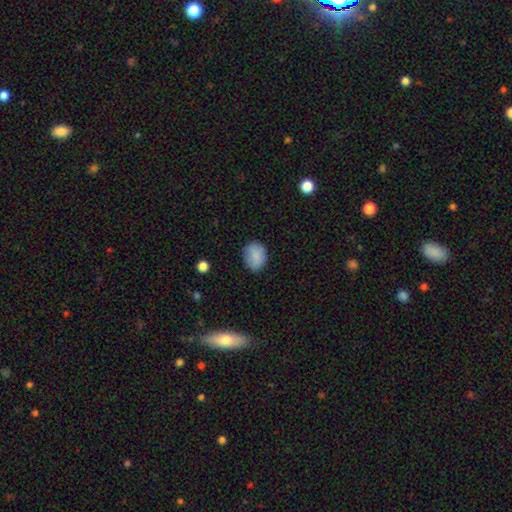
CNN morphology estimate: smooth-or-featured: smooth: 86% | star or artifact: 8% | featured or disk: 5%
  how-rounded: in between: 54% | round: 45% | cigar-shaped: 1%
  merging: none: 80% | minor disturbance: 15% | major disturbance: 3% | merger: 1%